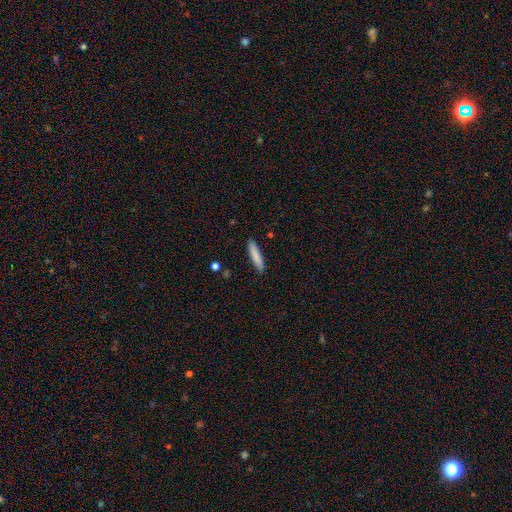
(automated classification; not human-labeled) Q: Smooth or featured?
A: smooth (83%); runner-up: featured or disk (11%)
Q: How rounded?
A: cigar-shaped (87%); runner-up: in between (12%)
Q: Merging?
A: none (89%); runner-up: minor disturbance (8%)